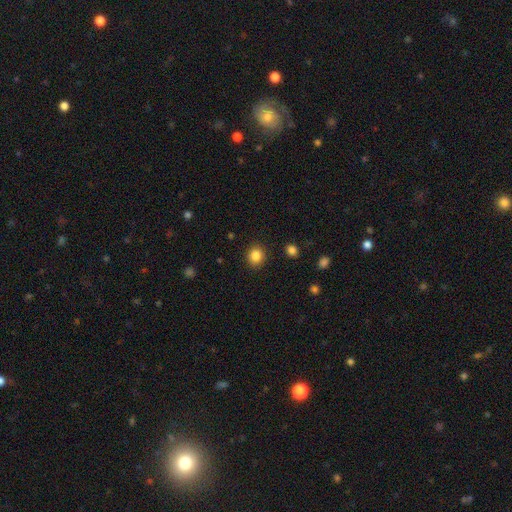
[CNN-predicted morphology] A smooth galaxy with no disk features (85%) that is round (83%). Merging: none (91%).